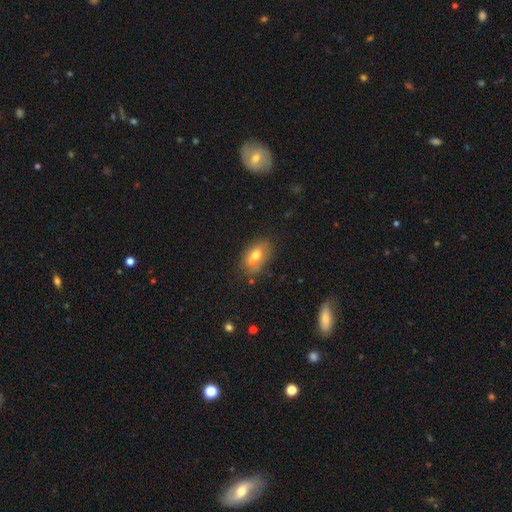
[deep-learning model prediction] This is likely a smooth galaxy (66%). How rounded: clearly in between (83%). Merging: possibly none (55%).